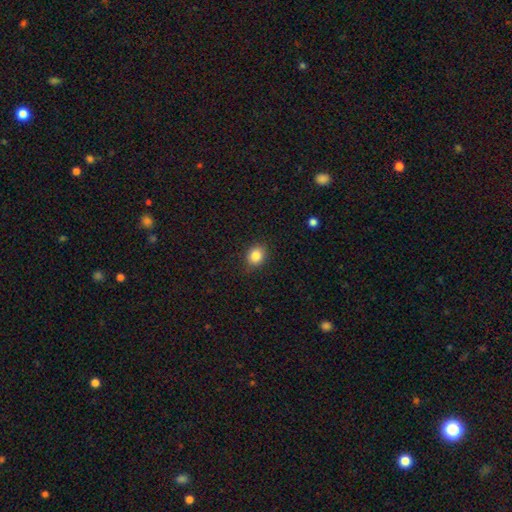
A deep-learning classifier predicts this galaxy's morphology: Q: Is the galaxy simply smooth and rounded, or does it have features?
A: smooth — 85%.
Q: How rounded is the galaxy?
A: round — 65%.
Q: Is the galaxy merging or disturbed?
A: none — 87%.